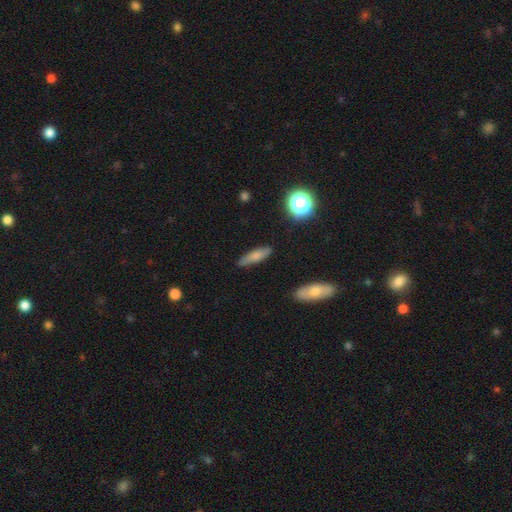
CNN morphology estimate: type=smooth (71%); roundness=cigar-shaped (67%); merging=none (83%).